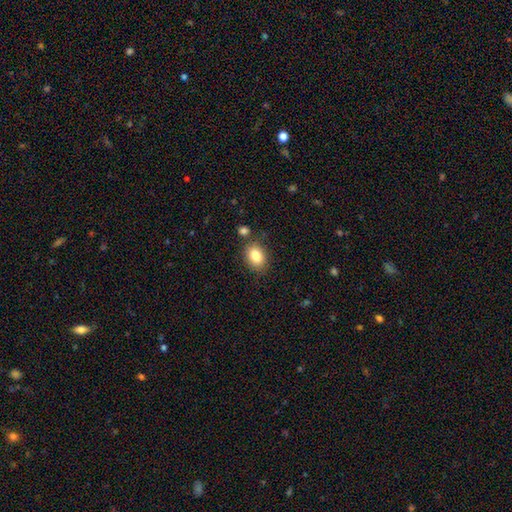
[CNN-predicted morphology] The model was most divided on "how rounded": in between: 70%, round: 29%, cigar-shaped: 1%. More confident: smooth or featured — smooth (83%); merging — none (79%).